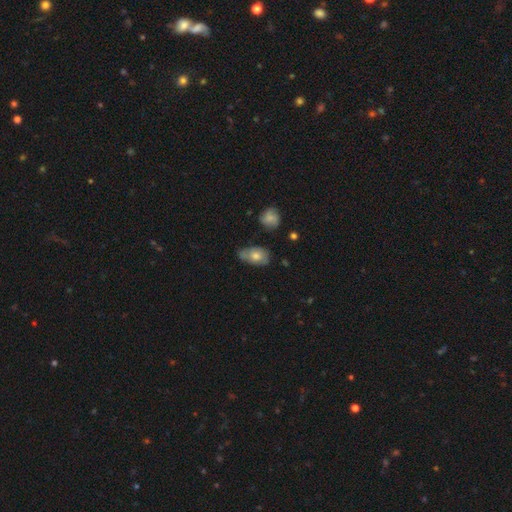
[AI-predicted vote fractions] This appears to be a smooth galaxy with no disk features (66%) that is in between round and cigar-shaped (85%). Merging: none (48%).